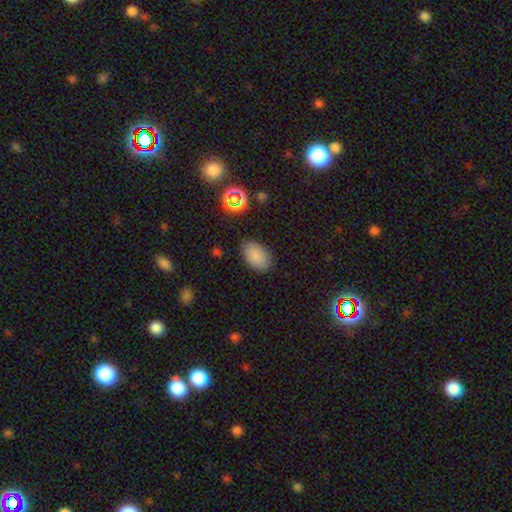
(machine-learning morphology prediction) Smooth or featured? Predicted: smooth (p=0.84). How rounded? Predicted: in between (p=0.90). Merging? Predicted: none (p=0.84).